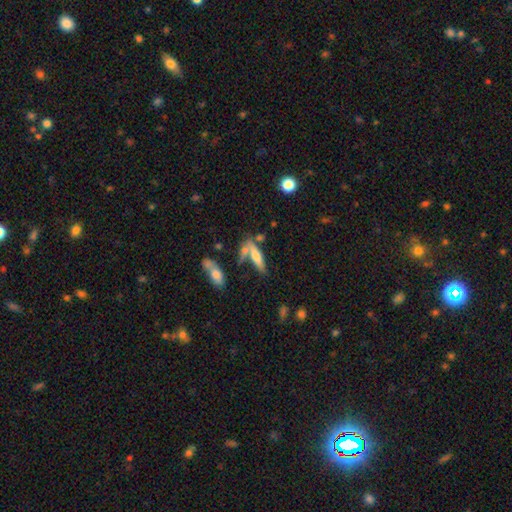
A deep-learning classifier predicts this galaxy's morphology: smooth 59%, featured or disk 33%, star or artifact 9%. Down the decision tree: how rounded — cigar-shaped (65%); merging — none (45%).